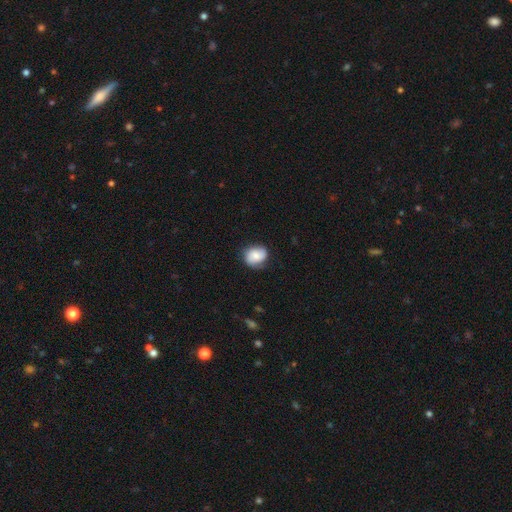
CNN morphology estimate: This is likely a smooth galaxy (70%). How rounded: possibly round (56%). Merging: likely none (74%).